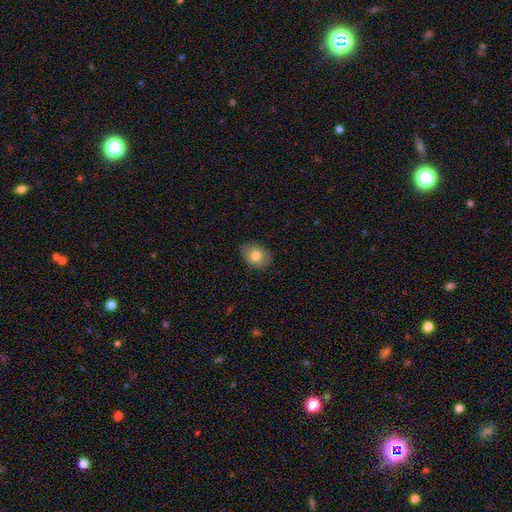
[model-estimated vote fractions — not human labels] smooth_or_featured: smooth (p=0.76) [alt: featured or disk p=0.17]
how_rounded: in between (p=0.68) [alt: round p=0.31]
merging: none (p=0.85) [alt: minor disturbance p=0.12]